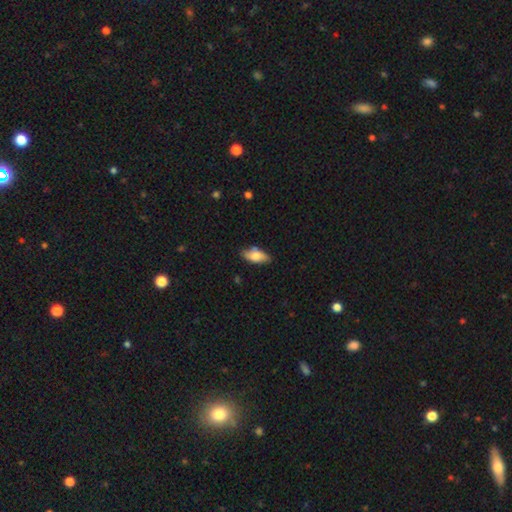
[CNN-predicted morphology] Smooth or featured?
  - smooth: 73% *
  - featured or disk: 20%
  - star or artifact: 7%
How rounded?
  - in between: 86% *
  - cigar-shaped: 11%
  - round: 3%
Merging?
  - none: 75% *
  - minor disturbance: 19%
  - major disturbance: 3%
  - merger: 3%